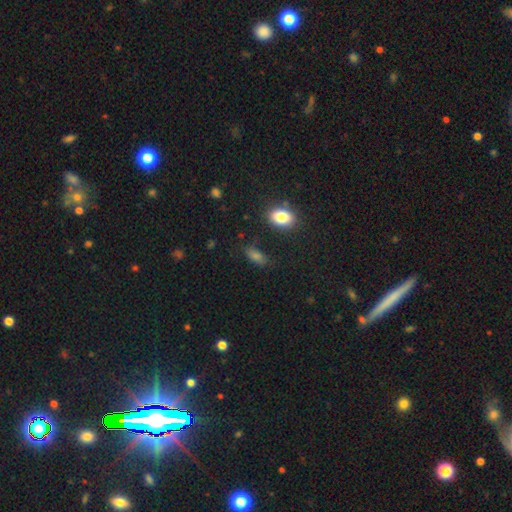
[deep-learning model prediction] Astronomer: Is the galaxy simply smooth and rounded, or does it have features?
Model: smooth — 74%.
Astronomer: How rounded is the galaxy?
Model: in between — 79%.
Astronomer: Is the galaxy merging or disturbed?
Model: none — 74%.